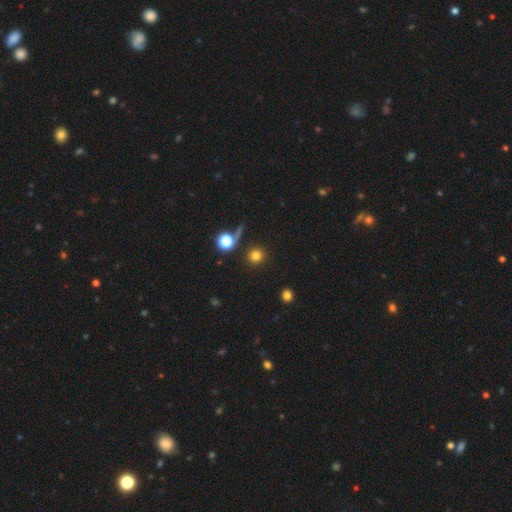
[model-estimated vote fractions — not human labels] smooth_or_featured: smooth (p=0.78) [alt: star or artifact p=0.16]
how_rounded: round (p=0.94) [alt: in between p=0.05]
merging: none (p=0.86) [alt: minor disturbance p=0.06]